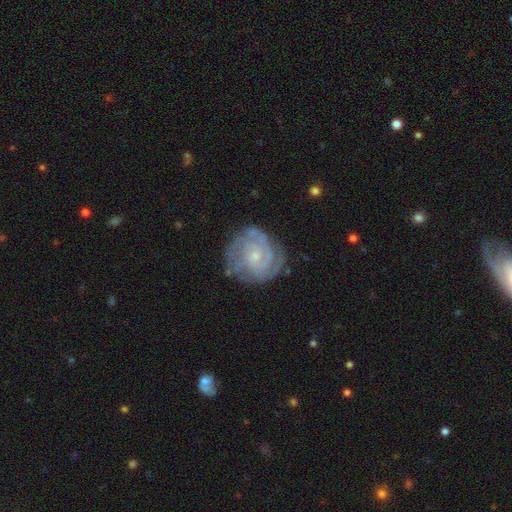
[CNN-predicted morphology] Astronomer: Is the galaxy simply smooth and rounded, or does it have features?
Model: featured or disk — 84%.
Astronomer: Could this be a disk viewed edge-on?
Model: no — 98%.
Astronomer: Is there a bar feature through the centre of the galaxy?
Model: no — 69%.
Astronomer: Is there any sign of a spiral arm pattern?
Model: yes — 96%.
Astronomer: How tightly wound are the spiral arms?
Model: tight — 73%.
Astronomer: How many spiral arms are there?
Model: can't tell — 28% (runner-up: 3, 24%).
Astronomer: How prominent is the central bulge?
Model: small — 72%.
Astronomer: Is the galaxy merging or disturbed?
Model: none — 77%.